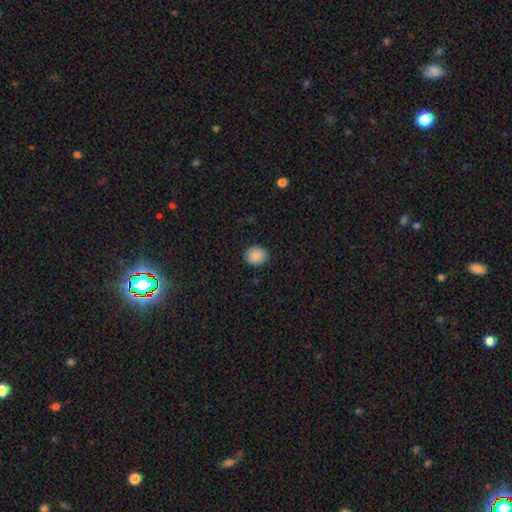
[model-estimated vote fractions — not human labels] Smooth or featured? smooth (88%)
How rounded? round (88%)
Merging? none (90%)